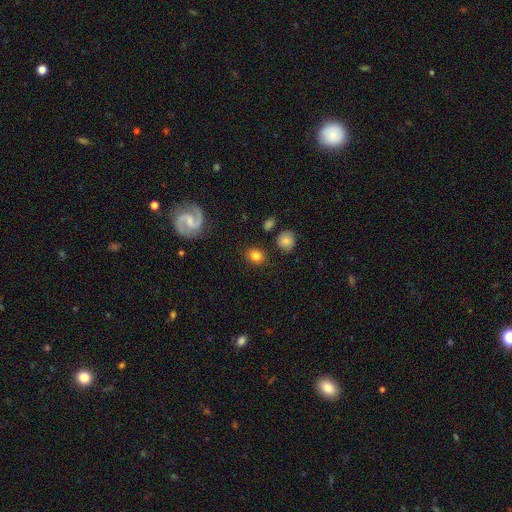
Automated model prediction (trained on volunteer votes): smooth 80%, featured or disk 11%, star or artifact 10%. Down the decision tree: how rounded — round (58%); merging — none (85%).